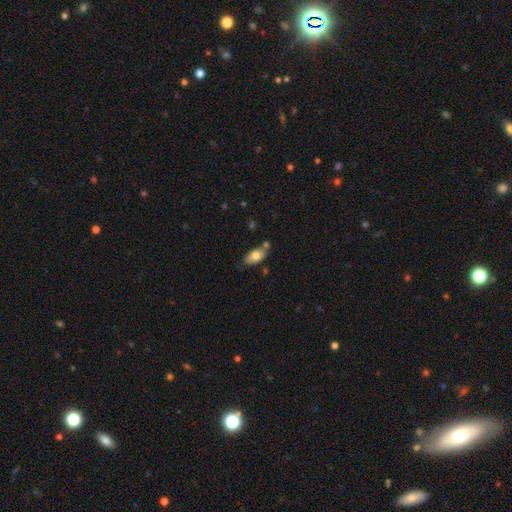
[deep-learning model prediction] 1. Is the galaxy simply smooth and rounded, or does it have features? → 72% smooth, 22% featured or disk, 7% star or artifact.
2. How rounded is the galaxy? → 90% in between, 6% cigar-shaped, 4% round.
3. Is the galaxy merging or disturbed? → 62% none, 20% minor disturbance, 14% merger, 4% major disturbance.